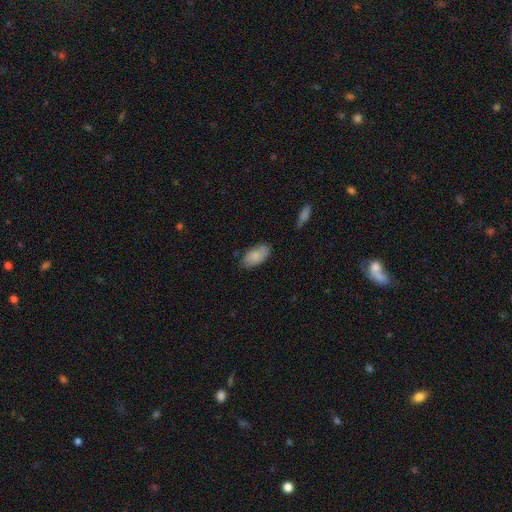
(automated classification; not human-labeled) A smooth galaxy with no disk features (83%) that is in between round and cigar-shaped (94%).

Vote fractions:
- Smooth or featured? smooth: 83% / featured or disk: 10% / star or artifact: 6%
- How rounded? in between: 94% / cigar-shaped: 3% / round: 3%
- Merging? none: 76% / minor disturbance: 18% / major disturbance: 3% / merger: 2%